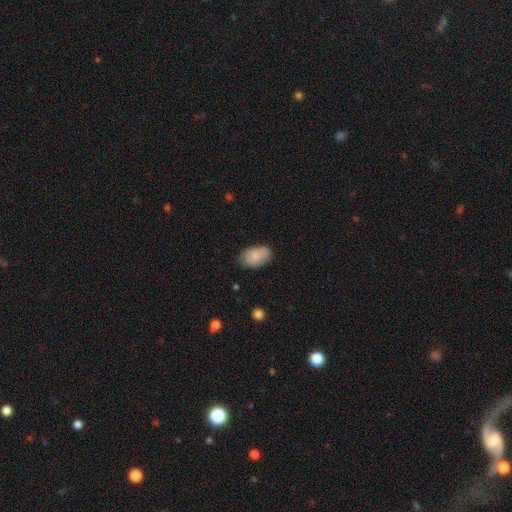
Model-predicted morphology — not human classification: Smooth or featured? Predicted: smooth (p=0.84). How rounded? Predicted: in between (p=0.92). Merging? Predicted: none (p=0.76).